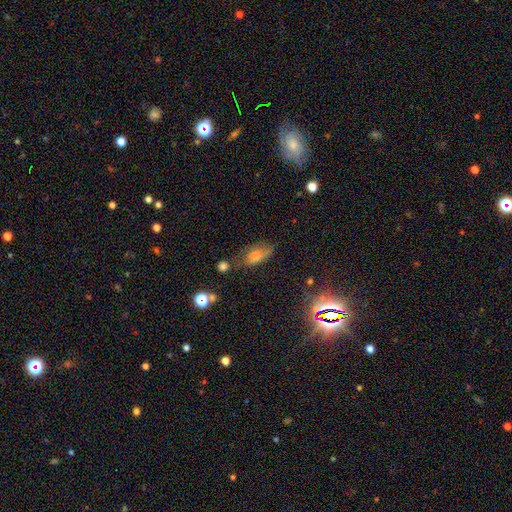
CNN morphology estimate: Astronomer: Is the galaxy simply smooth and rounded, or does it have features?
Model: smooth — 62%.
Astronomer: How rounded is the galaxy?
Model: in between — 87%.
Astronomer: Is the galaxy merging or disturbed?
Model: none — 46% (runner-up: minor disturbance, 30%).